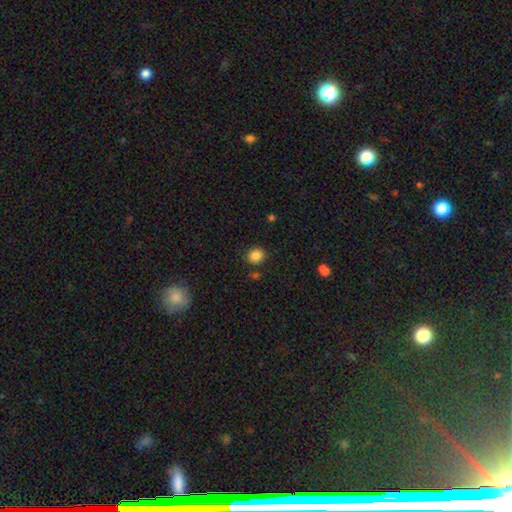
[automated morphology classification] Smooth or featured? smooth (85%)
How rounded? round (84%)
Merging? none (87%)